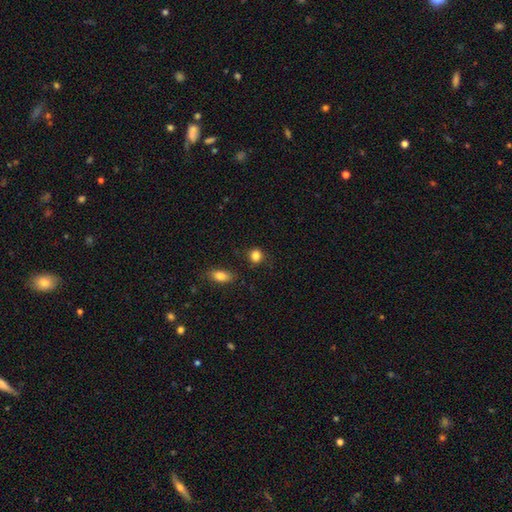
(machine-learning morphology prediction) A smooth galaxy with no disk features (86%) that is round (81%).

Vote fractions:
- Smooth or featured? smooth: 86% / star or artifact: 10% / featured or disk: 4%
- How rounded? round: 81% / in between: 18% / cigar-shaped: 1%
- Merging? none: 80% / minor disturbance: 13% / major disturbance: 3% / merger: 3%